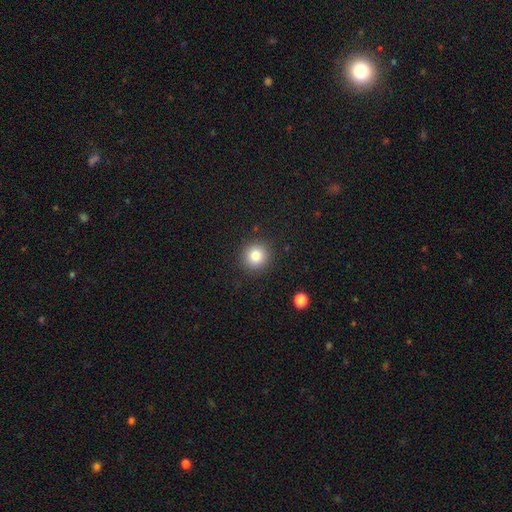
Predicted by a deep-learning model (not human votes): smooth-or-featured: smooth: 82% | star or artifact: 11% | featured or disk: 7%
  how-rounded: round: 92% | in between: 7% | cigar-shaped: 1%
  merging: none: 91% | minor disturbance: 6% | major disturbance: 2% | merger: 1%